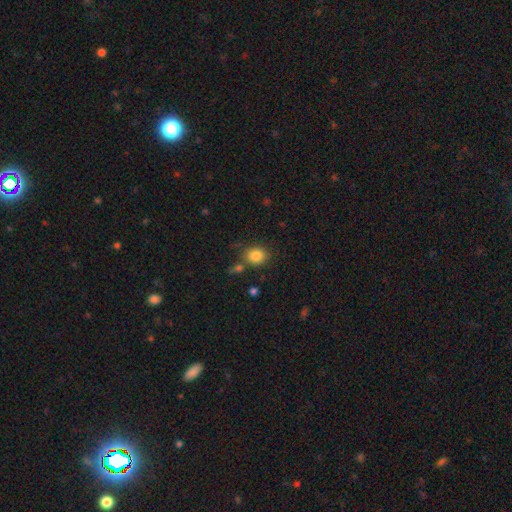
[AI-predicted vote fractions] Q: Smooth or featured?
A: smooth (84%); runner-up: star or artifact (10%)
Q: How rounded?
A: round (70%); runner-up: in between (29%)
Q: Merging?
A: none (73%); runner-up: minor disturbance (13%)